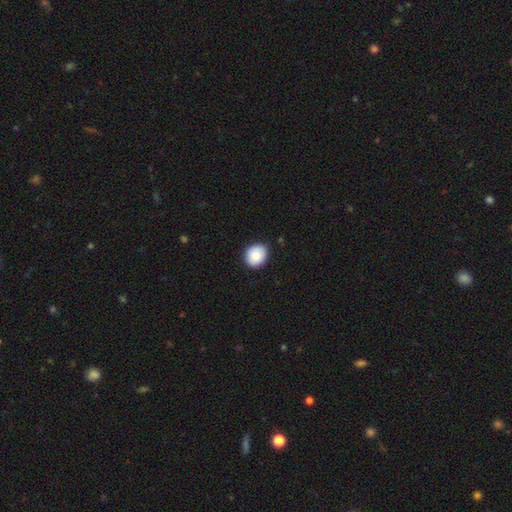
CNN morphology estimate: smooth 77%, featured or disk 16%, star or artifact 8%. Down the decision tree: how rounded — round (70%); merging — none (85%).